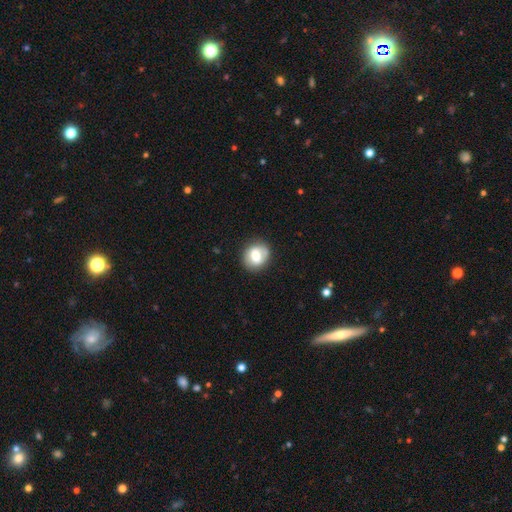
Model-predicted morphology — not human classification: smooth-or-featured: smooth: 67% | featured or disk: 25% | star or artifact: 8%
  how-rounded: round: 68% | in between: 31% | cigar-shaped: 1%
  merging: none: 80% | minor disturbance: 14% | major disturbance: 4% | merger: 2%